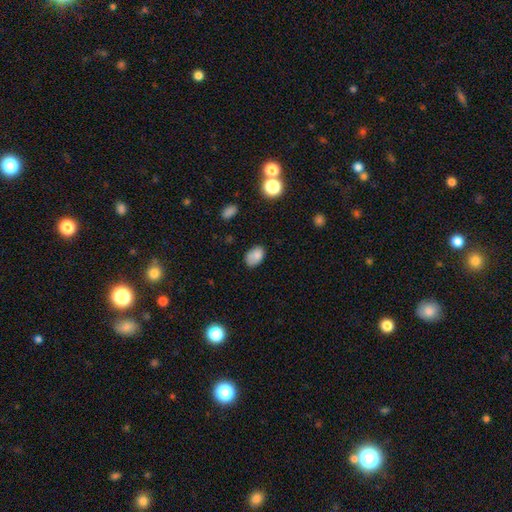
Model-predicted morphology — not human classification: A smooth galaxy with no disk features (81%) that is in between round and cigar-shaped (87%).

Vote fractions:
- Smooth or featured? smooth: 81% / star or artifact: 10% / featured or disk: 10%
- How rounded? in between: 87% / round: 11% / cigar-shaped: 1%
- Merging? none: 67% / minor disturbance: 23% / major disturbance: 6% / merger: 4%